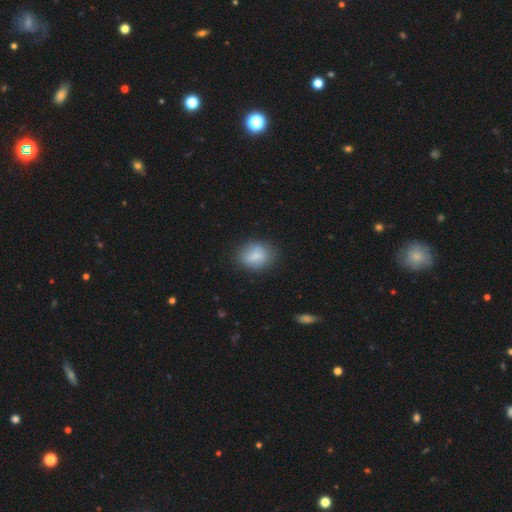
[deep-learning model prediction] smooth_or_featured: smooth (p=0.82) [alt: featured or disk p=0.10]
how_rounded: in between (p=0.55) [alt: round p=0.43]
merging: none (p=0.75) [alt: minor disturbance p=0.19]